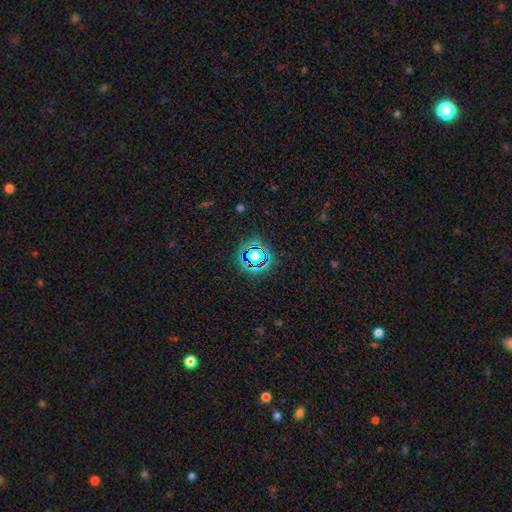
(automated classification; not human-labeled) star or artifact 64%, smooth 25%, featured or disk 11%.